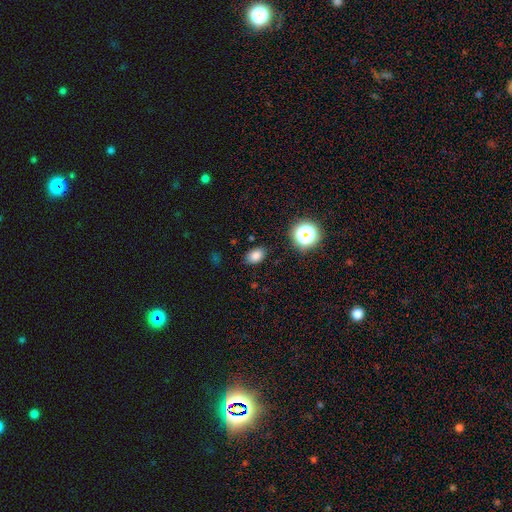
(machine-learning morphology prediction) smooth-or-featured: smooth: 79% | star or artifact: 15% | featured or disk: 6%
  how-rounded: in between: 76% | round: 23% | cigar-shaped: 1%
  merging: none: 84% | minor disturbance: 11% | major disturbance: 3% | merger: 2%